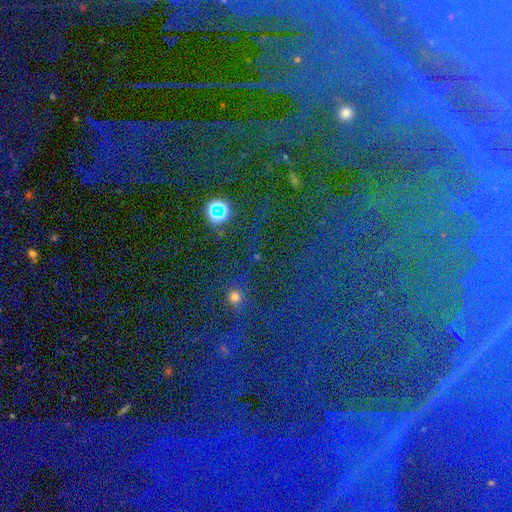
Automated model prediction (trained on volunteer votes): Q: Smooth or featured?
A: star or artifact (82%); runner-up: featured or disk (10%)